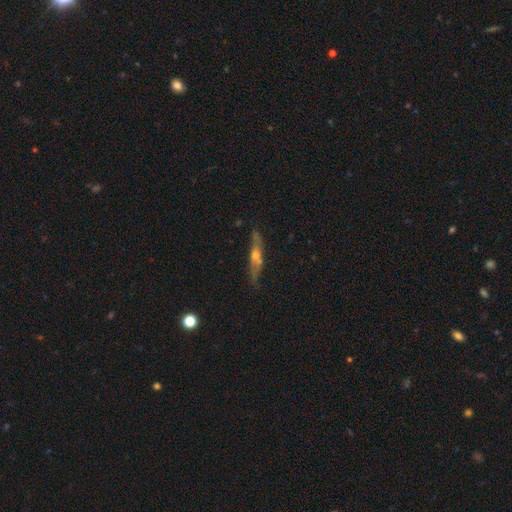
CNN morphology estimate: Q: Smooth or featured?
A: featured or disk (66%); runner-up: smooth (26%)
Q: Edge-on disk?
A: yes (85%); runner-up: no (15%)
Q: Edge-on bulge?
A: rounded (84%); runner-up: none (11%)
Q: Merging?
A: none (78%); runner-up: minor disturbance (16%)